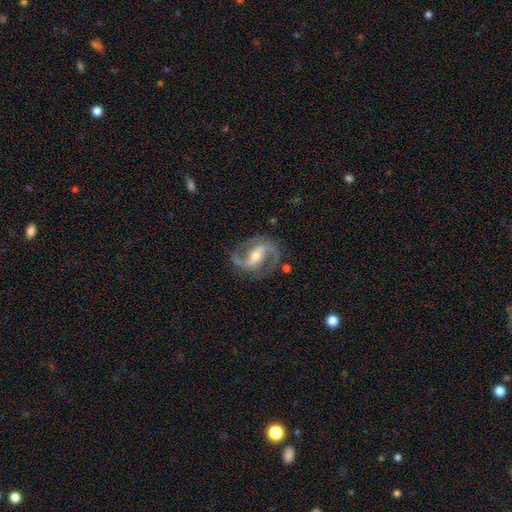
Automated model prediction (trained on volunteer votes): Smooth or featured?
  - featured or disk: 91% *
  - star or artifact: 5%
  - smooth: 4%
Edge-on disk?
  - no: 97% *
  - yes: 3%
Bar?
  - strong: 48% *
  - weak: 35%
  - no: 17%
Spiral arms?
  - yes: 98% *
  - no: 2%
Spiral winding?
  - medium: 57% *
  - loose: 25%
  - tight: 17%
Spiral arm count?
  - 2: 93% *
  - can't tell: 2%
  - 1: 2%
  - 3: 1%
  - 4: 1%
  - more than 4: 1%
Bulge size?
  - moderate: 55% *
  - small: 41%
  - large: 3%
  - none: 1%
  - dominant: 1%
Merging?
  - none: 80% *
  - minor disturbance: 13%
  - major disturbance: 5%
  - merger: 2%